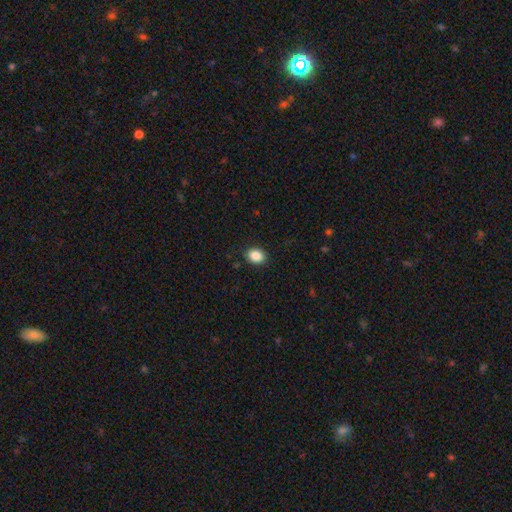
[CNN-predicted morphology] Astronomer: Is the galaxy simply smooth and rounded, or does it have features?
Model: smooth — 88%.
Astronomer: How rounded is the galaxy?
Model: in between — 59% (runner-up: round, 40%).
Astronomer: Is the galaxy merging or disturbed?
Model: none — 89%.